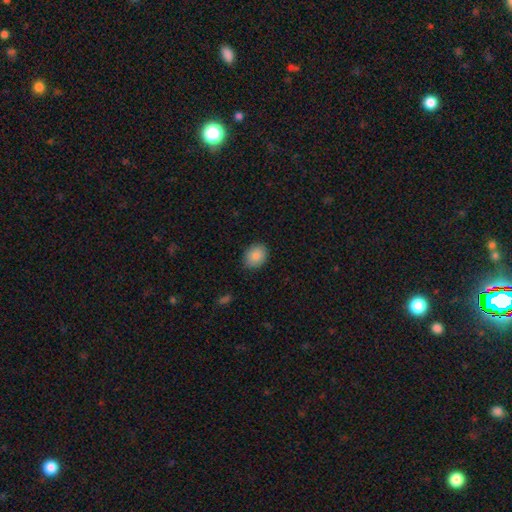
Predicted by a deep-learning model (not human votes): Smooth or featured? Predicted: smooth (p=0.87). How rounded? Predicted: in between (p=0.56). Merging? Predicted: none (p=0.84).